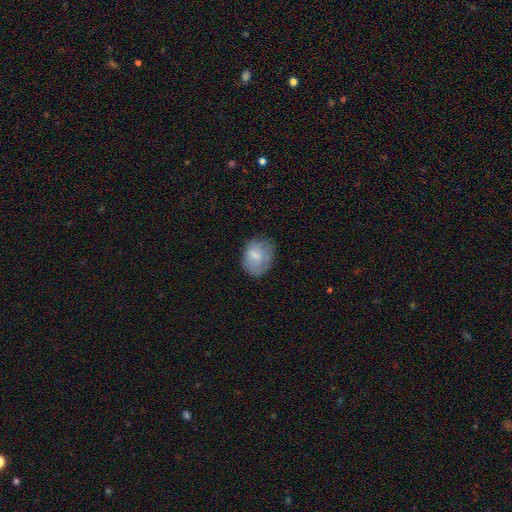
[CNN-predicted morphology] Smooth or featured?
  - smooth: 72% *
  - featured or disk: 20%
  - star or artifact: 8%
How rounded?
  - in between: 56% *
  - round: 43%
  - cigar-shaped: 1%
Merging?
  - none: 60% *
  - minor disturbance: 27%
  - major disturbance: 11%
  - merger: 2%